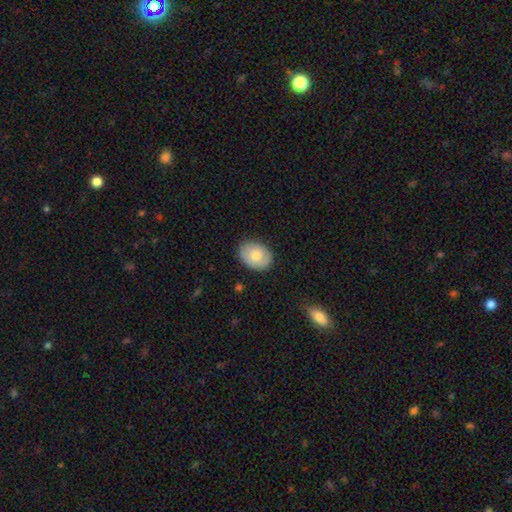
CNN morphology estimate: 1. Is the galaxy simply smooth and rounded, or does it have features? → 77% smooth, 16% featured or disk, 6% star or artifact.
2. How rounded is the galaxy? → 72% in between, 27% round, 1% cigar-shaped.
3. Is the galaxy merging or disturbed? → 85% none, 12% minor disturbance, 2% major disturbance, 1% merger.